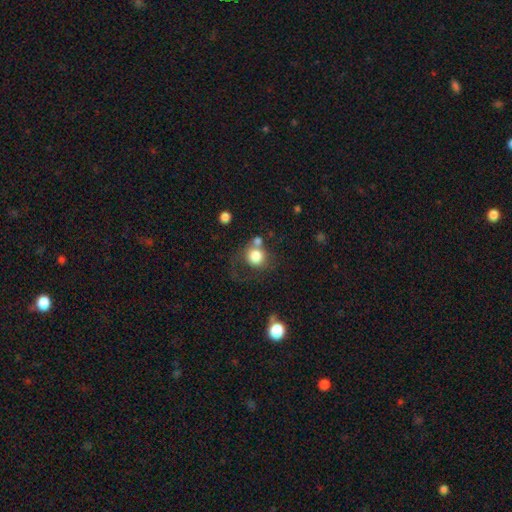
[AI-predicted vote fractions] A smooth galaxy with no disk features (79%) that is round (86%).

Vote fractions:
- Smooth or featured? smooth: 79% / featured or disk: 11% / star or artifact: 10%
- How rounded? round: 86% / in between: 13% / cigar-shaped: 1%
- Merging? none: 48% / merger: 25% / minor disturbance: 15% / major disturbance: 13%